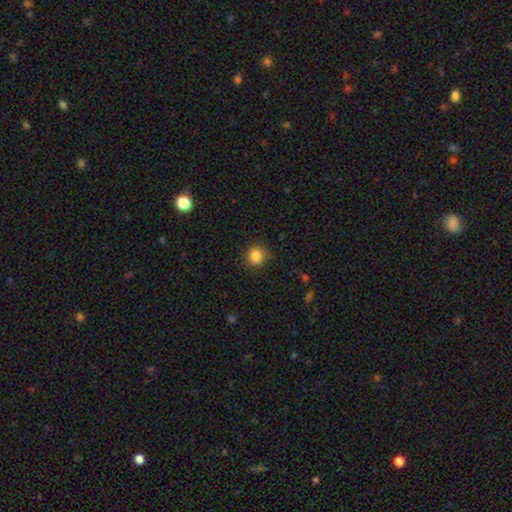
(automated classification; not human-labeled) Smooth or featured? Predicted: smooth (p=0.85). How rounded? Predicted: round (p=0.86). Merging? Predicted: none (p=0.82).